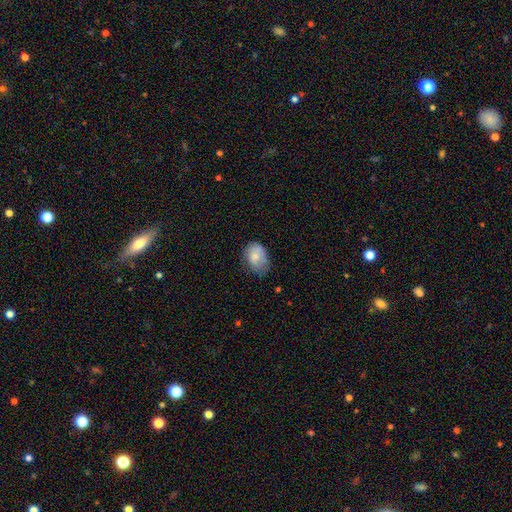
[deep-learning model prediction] This appears to be a smooth galaxy with no disk features (76%) that is in between round and cigar-shaped (76%). Merging: none (52%).